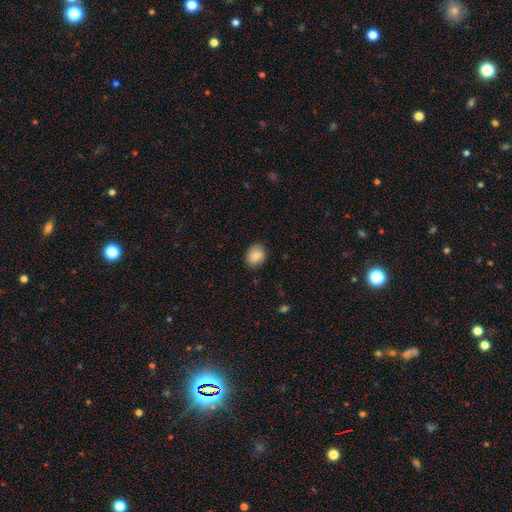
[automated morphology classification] The model was most divided on "how rounded": round: 52%, in between: 47%, cigar-shaped: 1%. More confident: smooth or featured — smooth (83%); merging — none (83%).